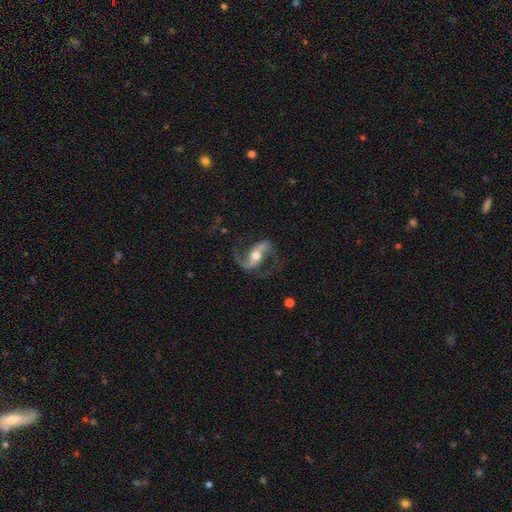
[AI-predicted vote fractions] Smooth or featured?
  - featured or disk: 88% *
  - smooth: 7%
  - star or artifact: 5%
Edge-on disk?
  - no: 95% *
  - yes: 5%
Bar?
  - strong: 44% *
  - weak: 32%
  - no: 23%
Spiral arms?
  - yes: 96% *
  - no: 4%
Spiral winding?
  - loose: 55% *
  - medium: 37%
  - tight: 8%
Spiral arm count?
  - 2: 93% *
  - 1: 2%
  - can't tell: 2%
  - 3: 1%
  - 4: 1%
  - more than 4: 1%
Bulge size?
  - moderate: 65% *
  - small: 25%
  - large: 7%
  - none: 2%
  - dominant: 1%
Merging?
  - none: 74% *
  - minor disturbance: 14%
  - major disturbance: 11%
  - merger: 2%